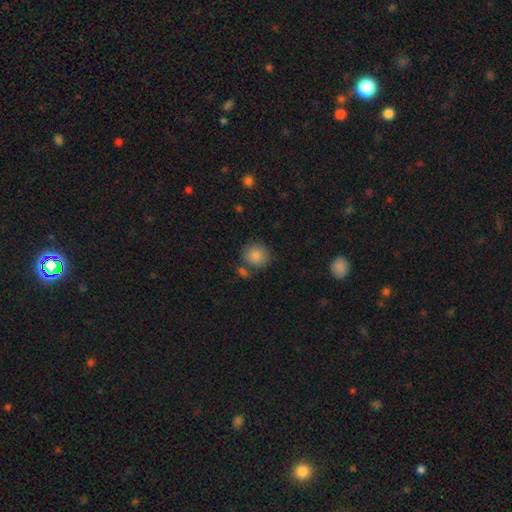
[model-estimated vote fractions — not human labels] Smooth or featured? Predicted: smooth (p=0.87). How rounded? Predicted: round (p=0.87). Merging? Predicted: none (p=0.71).